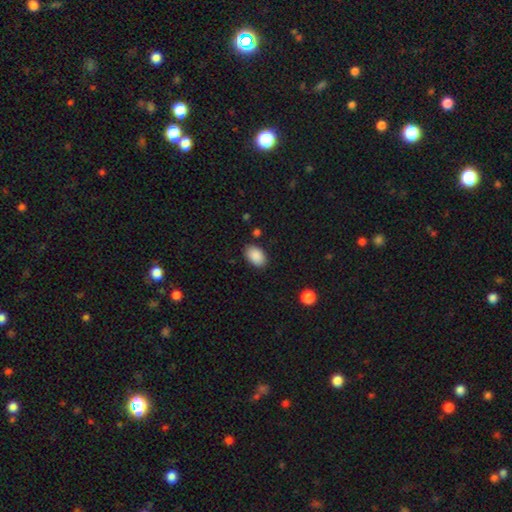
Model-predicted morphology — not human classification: type=smooth (90%); roundness=in between (88%); merging=none (85%).